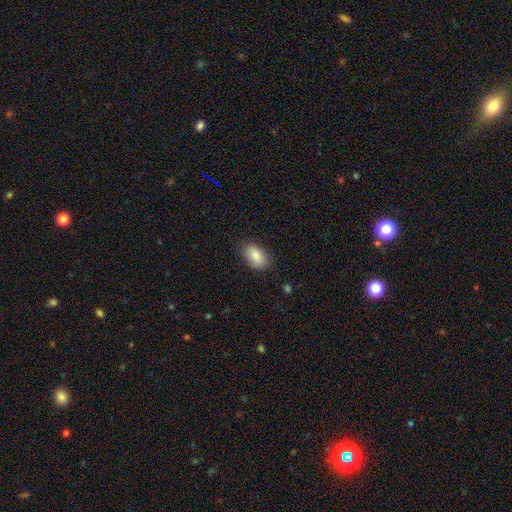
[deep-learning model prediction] smooth 86%, featured or disk 7%, star or artifact 7%. Down the decision tree: how rounded — in between (91%); merging — none (81%).